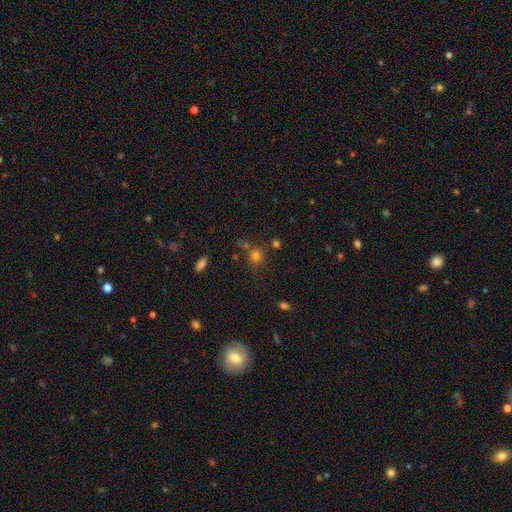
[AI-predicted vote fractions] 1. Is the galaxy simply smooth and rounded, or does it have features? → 72% smooth, 21% star or artifact, 8% featured or disk.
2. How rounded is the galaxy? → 86% round, 13% in between, 1% cigar-shaped.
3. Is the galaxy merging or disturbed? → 68% none, 14% merger, 13% minor disturbance, 6% major disturbance.